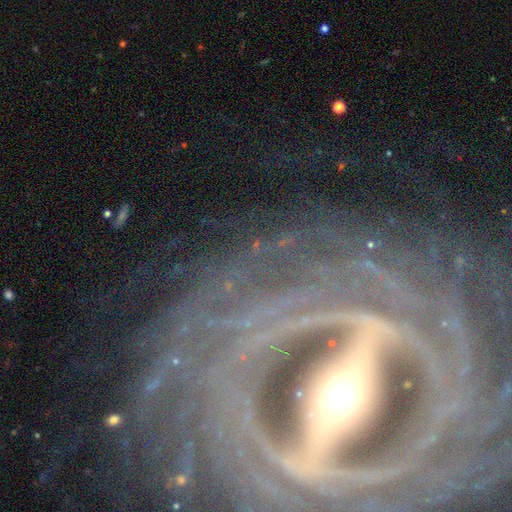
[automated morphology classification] Smooth or featured?
  - featured or disk: 89% *
  - star or artifact: 6%
  - smooth: 4%
Edge-on disk?
  - no: 78% *
  - yes: 22%
Bar?
  - strong: 80% *
  - weak: 12%
  - no: 8%
Spiral arms?
  - yes: 87% *
  - no: 13%
Spiral winding?
  - tight: 80% *
  - medium: 15%
  - loose: 5%
Spiral arm count?
  - can't tell: 29% *
  - more than 4: 22%
  - 2: 15%
  - 4: 13%
  - 3: 12%
  - 1: 9%
Bulge size?
  - moderate: 59% *
  - small: 28%
  - large: 10%
  - dominant: 2%
  - none: 1%
Merging?
  - none: 80% *
  - minor disturbance: 11%
  - major disturbance: 7%
  - merger: 2%